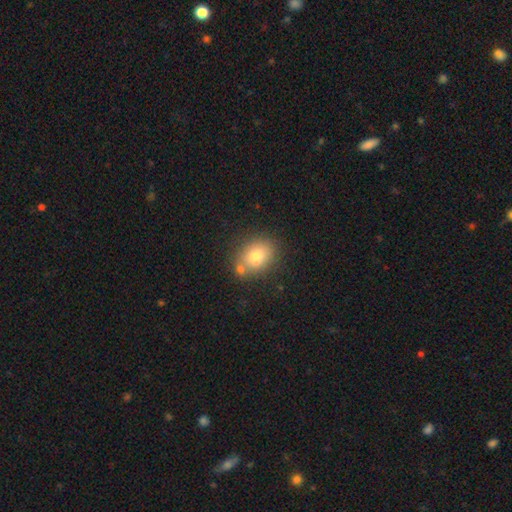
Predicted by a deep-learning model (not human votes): Smooth or featured: smooth — 75% (featured or disk — 15%)
How rounded: in between — 57% (round — 42%)
Merging: none — 65% (merger — 17%)